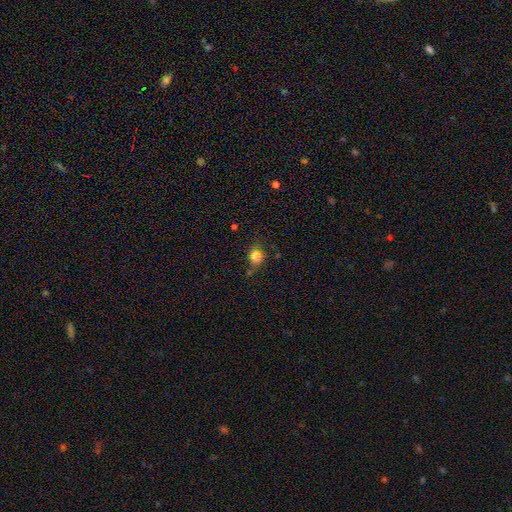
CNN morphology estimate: Overall: smooth (76%). How rounded: round (77%). Merging: none (71%).